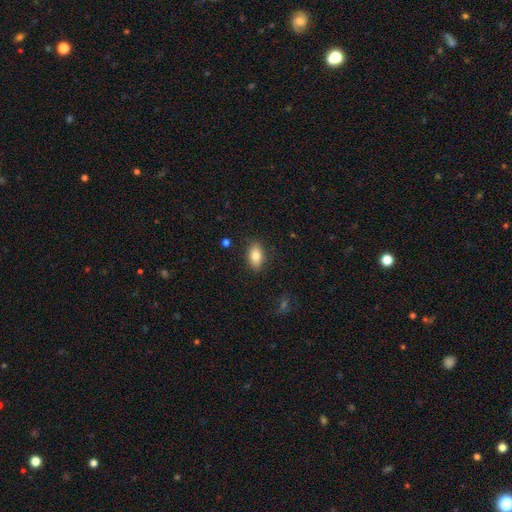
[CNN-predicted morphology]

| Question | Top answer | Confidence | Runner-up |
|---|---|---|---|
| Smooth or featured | smooth | 82% | featured or disk (11%) |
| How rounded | in between | 89% | round (6%) |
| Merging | none | 86% | minor disturbance (10%) |